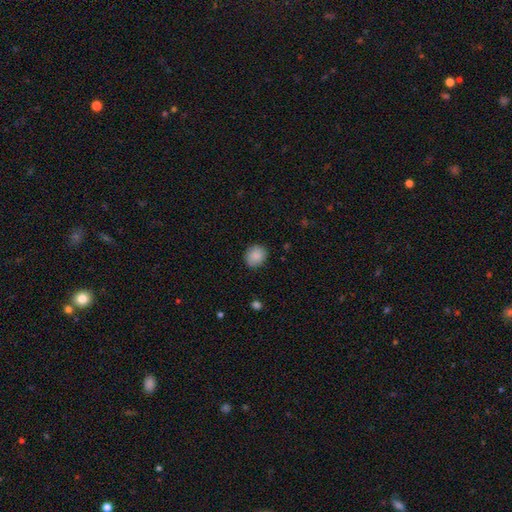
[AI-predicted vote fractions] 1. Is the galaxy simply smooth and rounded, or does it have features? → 88% smooth, 8% star or artifact, 4% featured or disk.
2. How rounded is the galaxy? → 74% round, 25% in between, 1% cigar-shaped.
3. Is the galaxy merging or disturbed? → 86% none, 10% minor disturbance, 2% major disturbance, 1% merger.